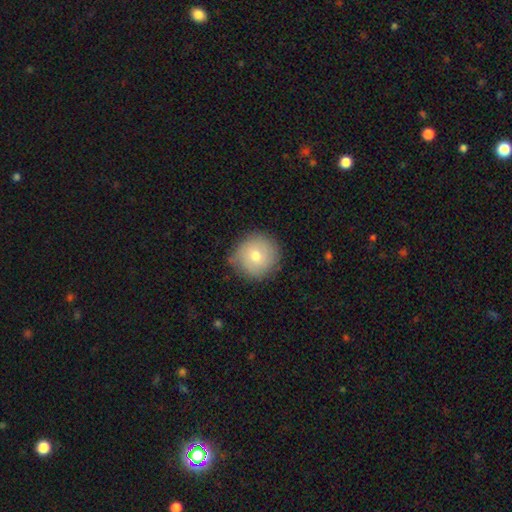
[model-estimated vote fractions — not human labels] Smooth or featured: smooth — 72% (featured or disk — 18%)
How rounded: round — 94% (in between — 5%)
Merging: none — 80% (minor disturbance — 15%)